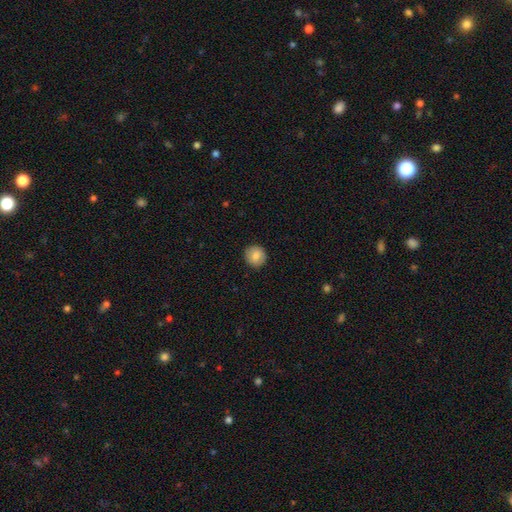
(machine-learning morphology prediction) Smooth or featured? smooth (86%)
How rounded? round (93%)
Merging? none (92%)